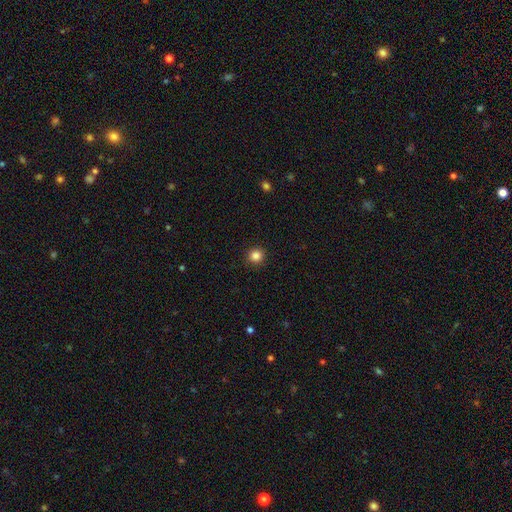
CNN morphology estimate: Overall: smooth (85%). How rounded: round (94%). Merging: none (92%).